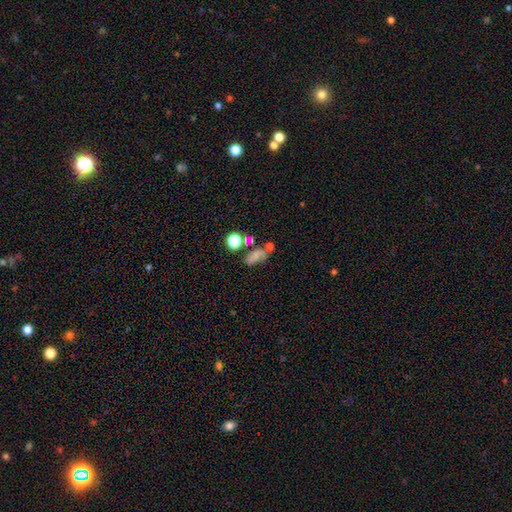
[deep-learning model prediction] Smooth or featured? Predicted: smooth (p=0.59). How rounded? Predicted: in between (p=0.75). Merging? Predicted: none (p=0.37).